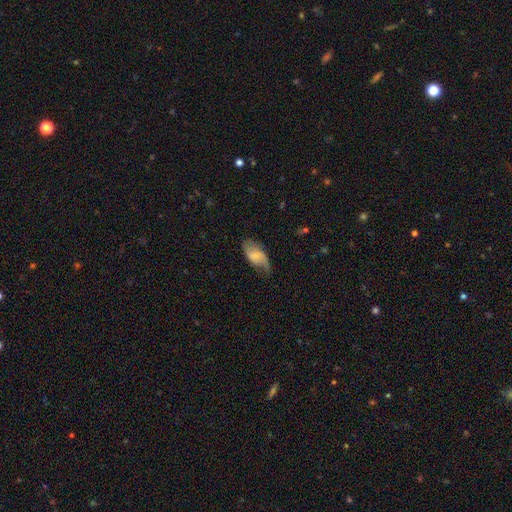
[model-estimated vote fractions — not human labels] Smooth or featured? Predicted: smooth (p=0.50). How rounded? Predicted: in between (p=0.93). Merging? Predicted: none (p=0.53).